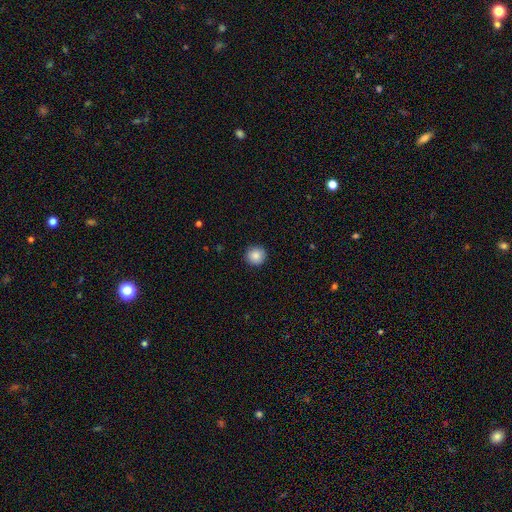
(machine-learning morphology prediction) Smooth or featured? Predicted: smooth (p=0.86). How rounded? Predicted: round (p=0.95). Merging? Predicted: none (p=0.92).